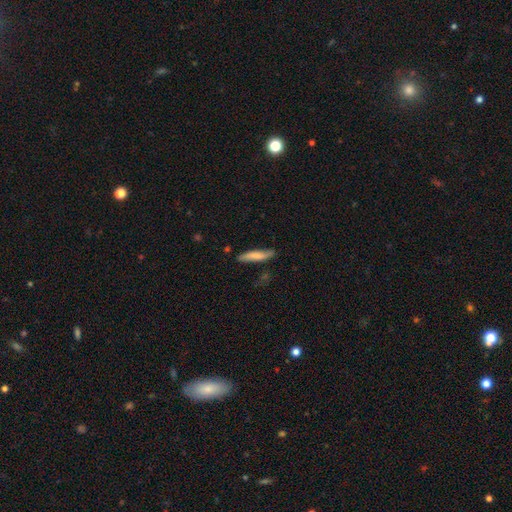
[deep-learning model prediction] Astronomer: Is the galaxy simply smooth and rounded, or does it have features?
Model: smooth — 72%.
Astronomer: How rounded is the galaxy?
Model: cigar-shaped — 85%.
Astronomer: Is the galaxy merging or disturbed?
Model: none — 75%.